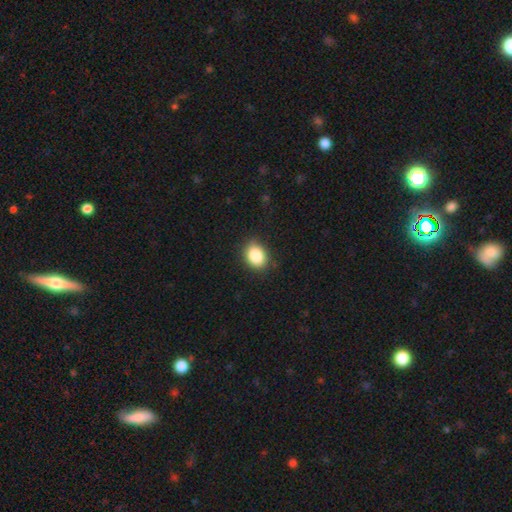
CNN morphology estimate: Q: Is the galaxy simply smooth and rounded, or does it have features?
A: smooth — 87%.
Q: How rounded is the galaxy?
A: in between — 62%.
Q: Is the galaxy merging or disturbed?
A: none — 82%.